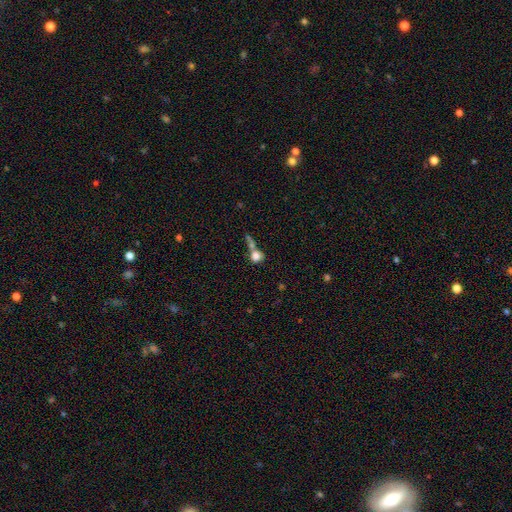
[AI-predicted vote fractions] This is likely a smooth galaxy (76%). How rounded: likely round (77%). Merging: marginally merger (45%).